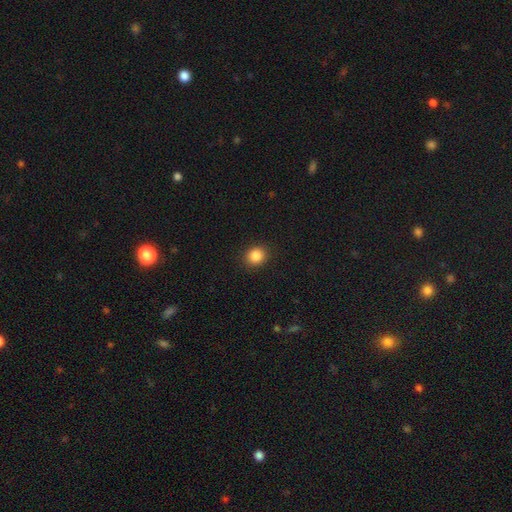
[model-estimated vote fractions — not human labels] Q: Smooth or featured?
A: smooth (86%); runner-up: star or artifact (10%)
Q: How rounded?
A: round (76%); runner-up: in between (23%)
Q: Merging?
A: none (90%); runner-up: minor disturbance (7%)